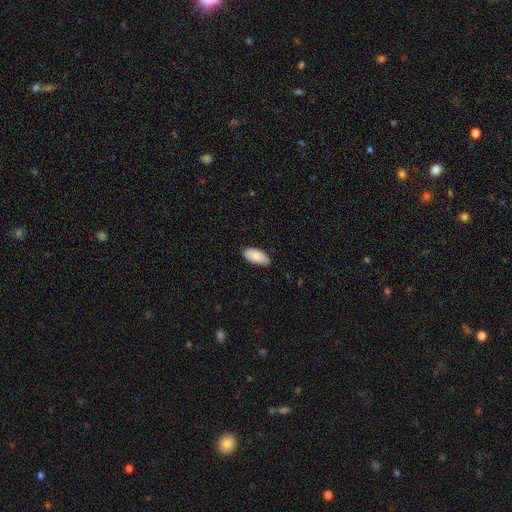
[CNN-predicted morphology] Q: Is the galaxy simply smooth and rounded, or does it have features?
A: smooth — 87%.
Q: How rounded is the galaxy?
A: in between — 94%.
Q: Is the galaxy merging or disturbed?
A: none — 82%.